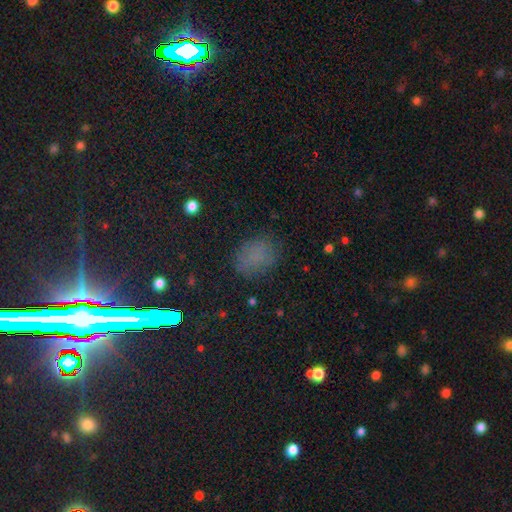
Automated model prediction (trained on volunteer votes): Morphology: type=smooth (65%); roundness=in between (62%); merging=none (77%).